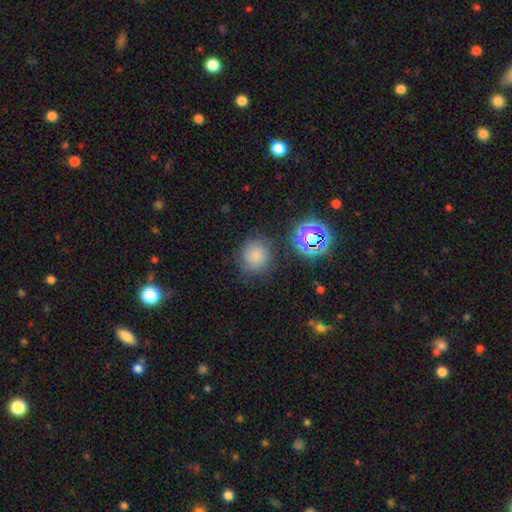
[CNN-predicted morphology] Q: Smooth or featured?
A: smooth (72%); runner-up: star or artifact (18%)
Q: How rounded?
A: round (90%); runner-up: in between (9%)
Q: Merging?
A: none (76%); runner-up: minor disturbance (15%)